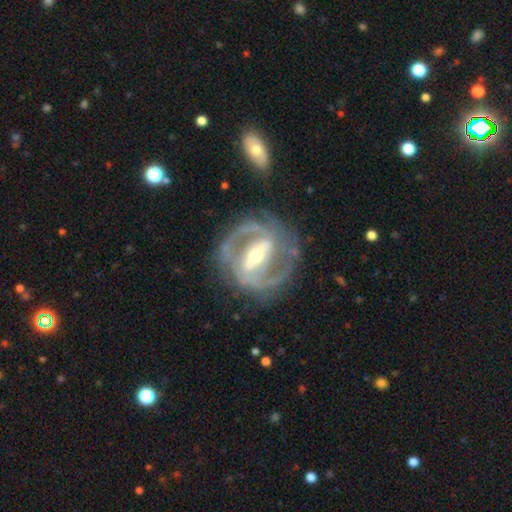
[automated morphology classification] This is clearly a featured or disk galaxy (89%). It is clearly not viewed edge-on (95%). Bar: likely strong (73%). Spiral arm pattern: clearly yes (92%). Spiral arm count: likely 2 (77%). Spiral winding: possibly tight (45%). Central bulge: likely moderate (63%). Merging: likely none (76%).